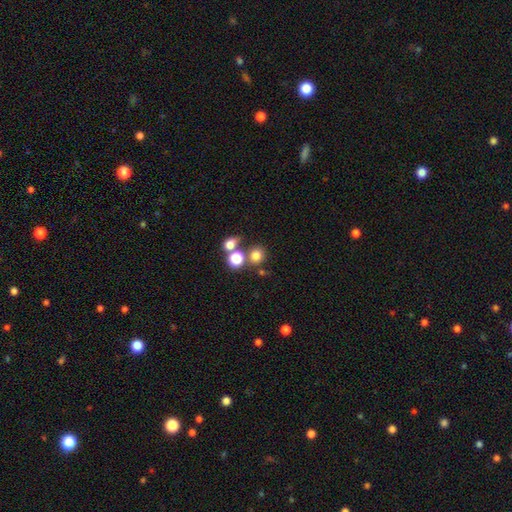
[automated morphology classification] smooth_or_featured: smooth (p=0.76) [alt: star or artifact p=0.16]
how_rounded: round (p=0.81) [alt: in between p=0.18]
merging: none (p=0.64) [alt: merger p=0.23]